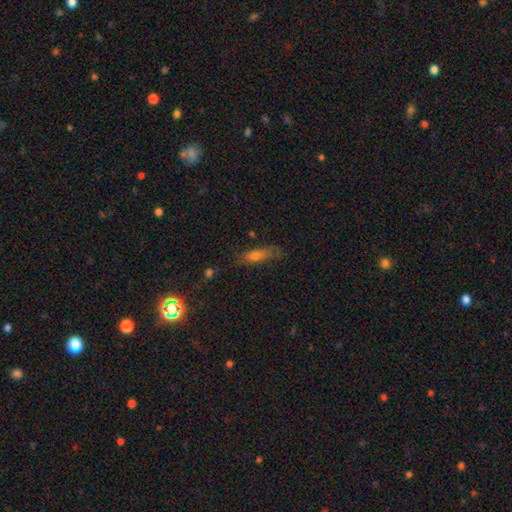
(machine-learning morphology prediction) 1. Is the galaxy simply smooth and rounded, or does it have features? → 61% smooth, 28% featured or disk, 11% star or artifact.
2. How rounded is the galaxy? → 55% cigar-shaped, 41% in between, 4% round.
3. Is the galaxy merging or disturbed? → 65% none, 24% minor disturbance, 8% major disturbance, 3% merger.